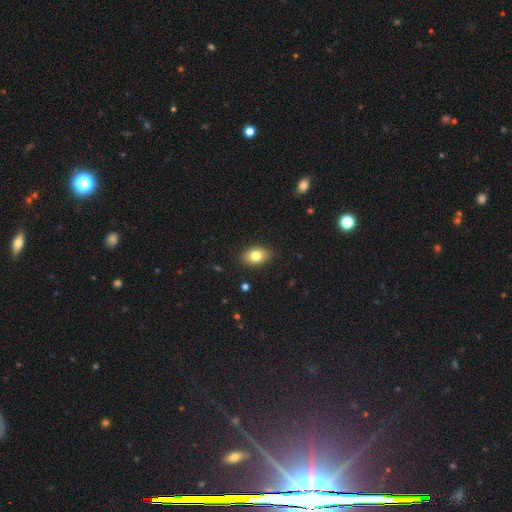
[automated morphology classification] smooth 81%, featured or disk 11%, star or artifact 9%. Down the decision tree: how rounded — in between (83%); merging — none (88%).